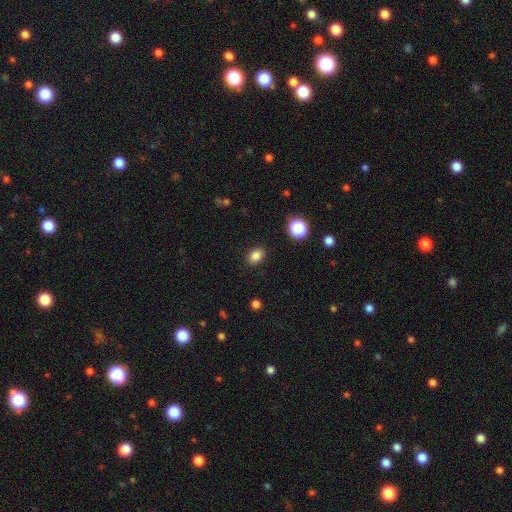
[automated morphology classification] The model was most divided on "how rounded": in between: 68%, round: 31%, cigar-shaped: 1%. More confident: merging — none (88%); smooth or featured — smooth (84%).